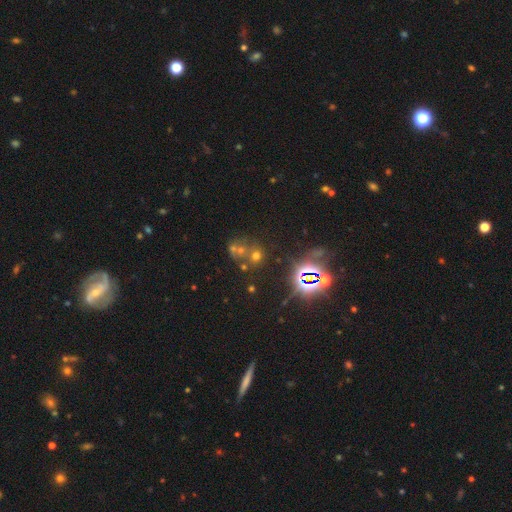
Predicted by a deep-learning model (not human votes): A smooth galaxy with no disk features (43%).

Vote fractions:
- Smooth or featured? smooth: 43% / star or artifact: 41% / featured or disk: 16%
- Merging? none: 48% / merger: 37% / minor disturbance: 9% / major disturbance: 7%